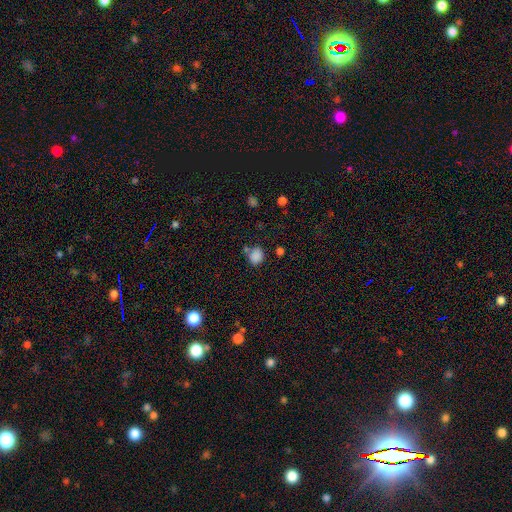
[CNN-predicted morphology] Overall: smooth (84%). How rounded: round (64%; in between 35%). Merging: none (67%).